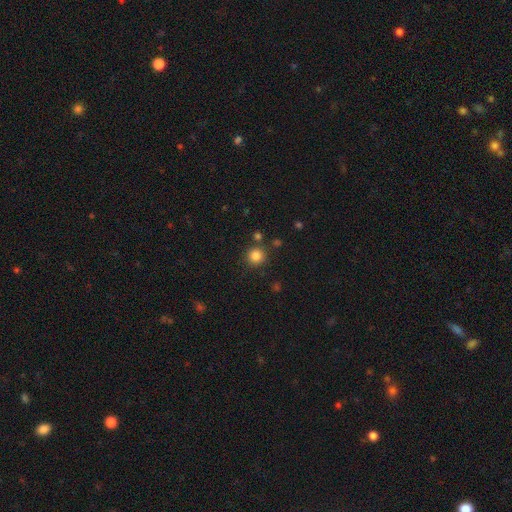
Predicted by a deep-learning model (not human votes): Morphology: type=smooth (84%); roundness=round (93%); merging=none (84%).